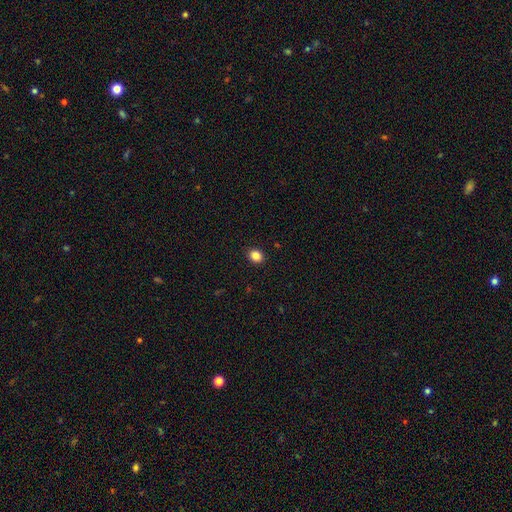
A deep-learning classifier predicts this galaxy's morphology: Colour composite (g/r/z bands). It shows a smooth galaxy with no disk features (85%) that is round (64%). Merging: none (92%).